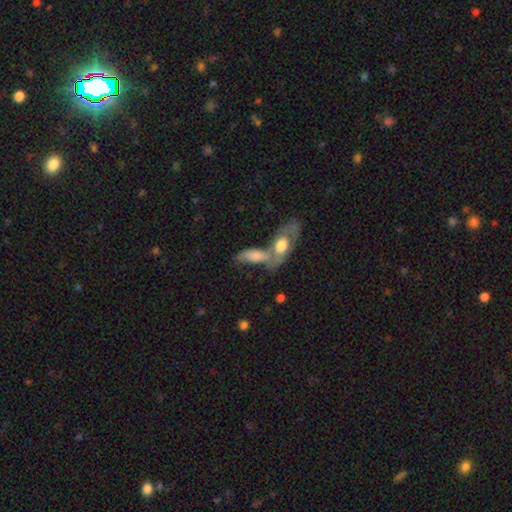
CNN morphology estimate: Smooth or featured? smooth (60%)
How rounded? in between (75%)
Merging? merger (62%)